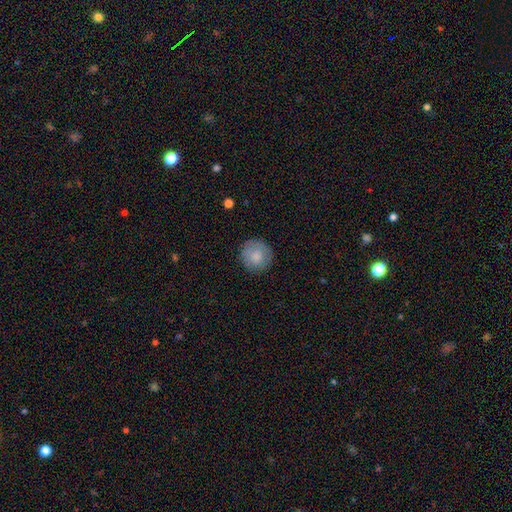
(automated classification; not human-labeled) Smooth or featured? smooth (78%)
How rounded? round (93%)
Merging? none (84%)